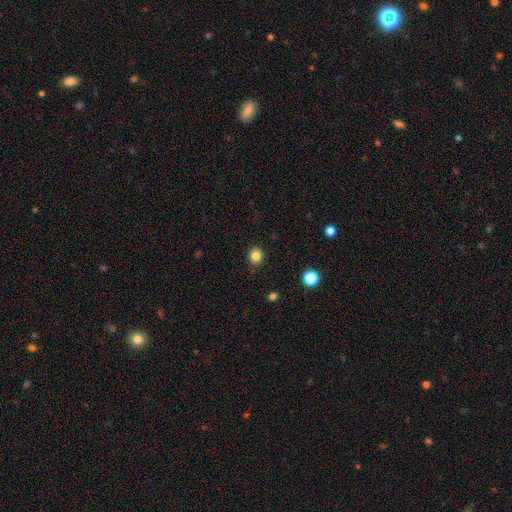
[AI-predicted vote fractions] This appears to be a smooth galaxy with no disk features (83%) that is round (78%). Merging: none (89%).